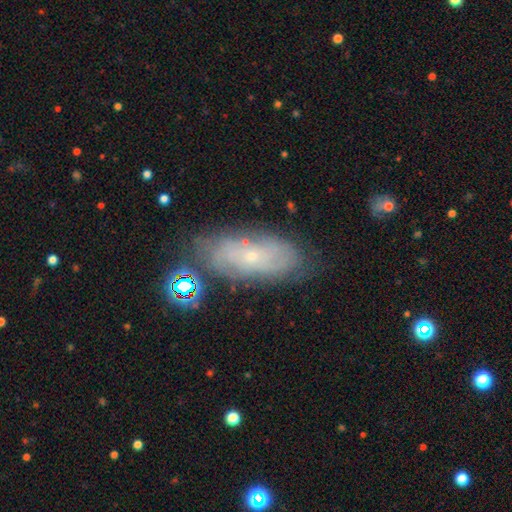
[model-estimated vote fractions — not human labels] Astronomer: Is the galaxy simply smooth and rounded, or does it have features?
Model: featured or disk — 63%.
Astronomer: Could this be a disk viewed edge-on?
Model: no — 87%.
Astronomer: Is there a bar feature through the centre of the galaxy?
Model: no — 81%.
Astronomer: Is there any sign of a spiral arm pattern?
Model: yes — 78%.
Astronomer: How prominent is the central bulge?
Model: small — 85%.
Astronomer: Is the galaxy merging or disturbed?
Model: none — 72%.